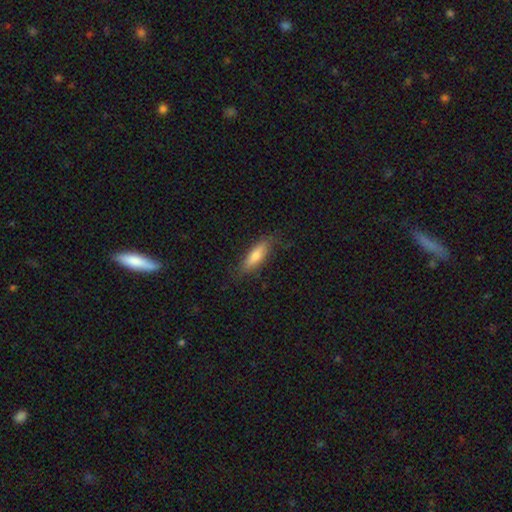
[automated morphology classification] A smooth galaxy with no disk features (71%) that is cigar-shaped (55%).

Vote fractions:
- Smooth or featured? smooth: 71% / featured or disk: 23% / star or artifact: 6%
- How rounded? cigar-shaped: 55% / in between: 43% / round: 2%
- Merging? none: 80% / minor disturbance: 16% / major disturbance: 3% / merger: 1%